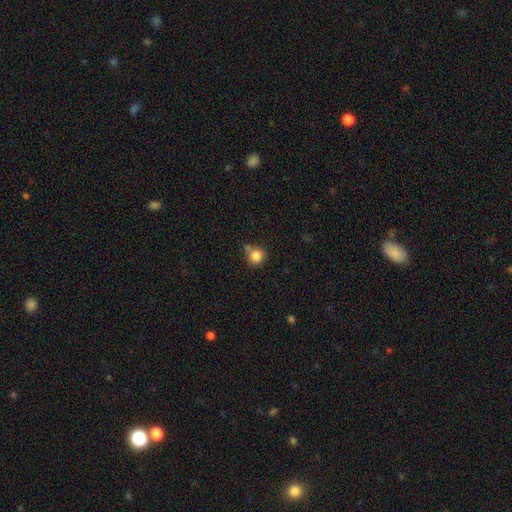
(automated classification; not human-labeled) Q: Smooth or featured?
A: smooth (84%); runner-up: star or artifact (11%)
Q: How rounded?
A: round (90%); runner-up: in between (9%)
Q: Merging?
A: none (63%); runner-up: minor disturbance (18%)